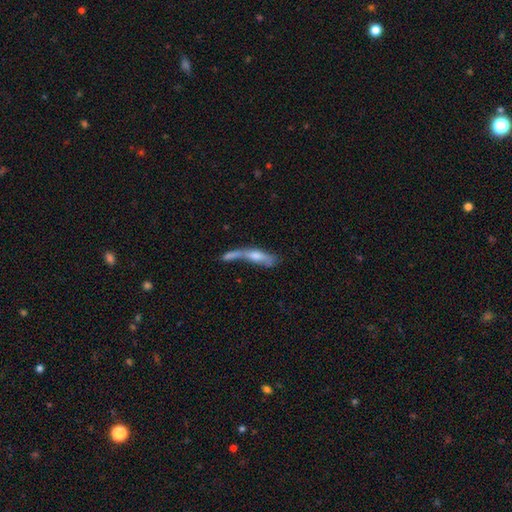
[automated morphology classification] Smooth or featured? featured or disk (48%)
Merging? merger (42%)